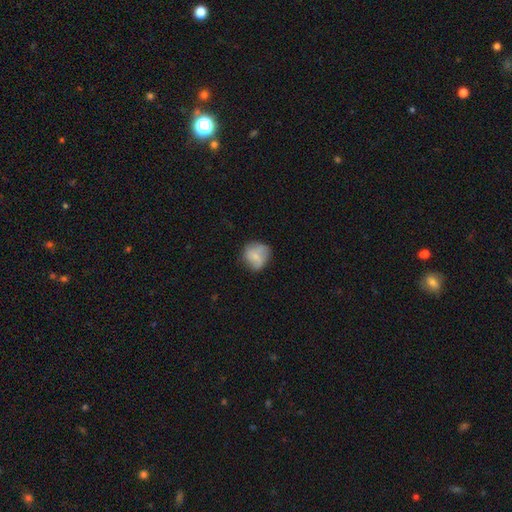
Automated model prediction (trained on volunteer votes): This appears to be a smooth galaxy with no disk features (66%) that is round (79%). Merging: none (61%).